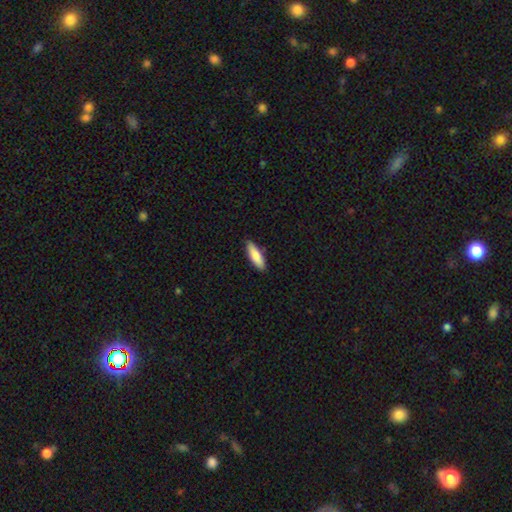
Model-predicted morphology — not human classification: smooth 82%, featured or disk 12%, star or artifact 6%. Down the decision tree: how rounded — cigar-shaped (50%); merging — none (86%).